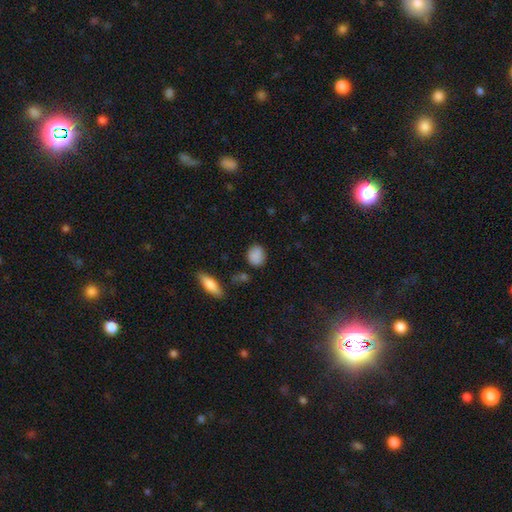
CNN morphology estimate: This appears to be a smooth galaxy with no disk features (85%) that is round (55%). Merging: none (79%).